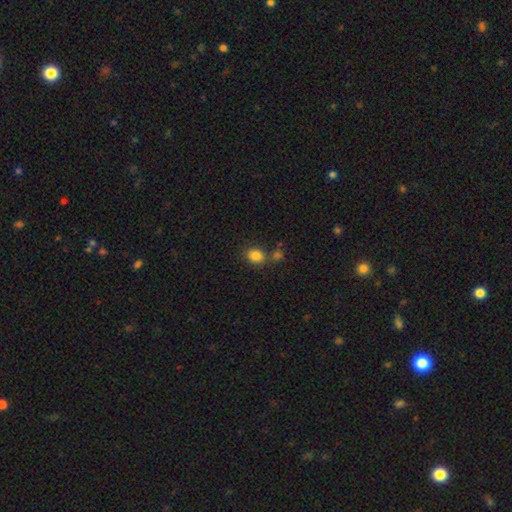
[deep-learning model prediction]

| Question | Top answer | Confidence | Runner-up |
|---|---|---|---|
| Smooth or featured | smooth | 84% | star or artifact (11%) |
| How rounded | round | 60% | in between (39%) |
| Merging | none | 65% | merger (19%) |